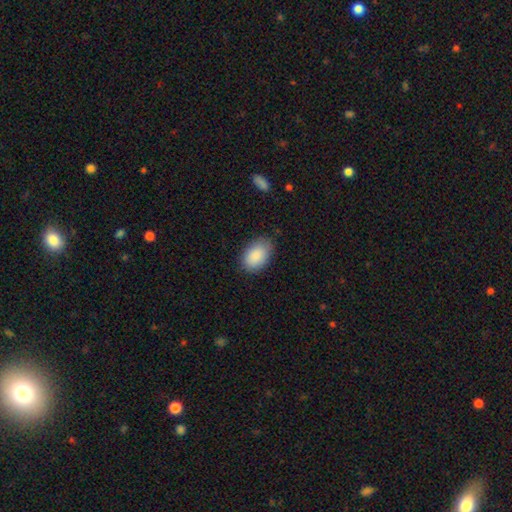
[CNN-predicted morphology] Smooth or featured? smooth (89%)
How rounded? in between (89%)
Merging? none (79%)